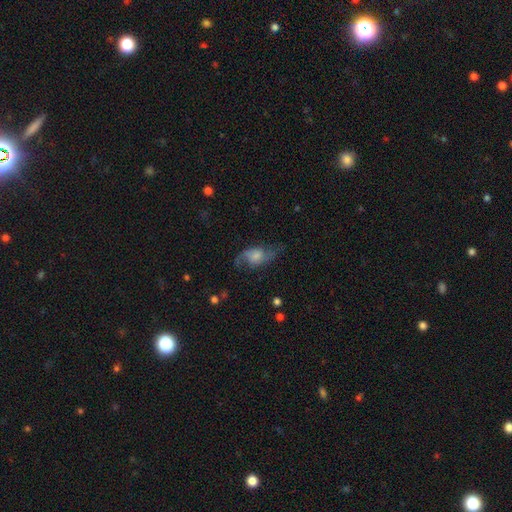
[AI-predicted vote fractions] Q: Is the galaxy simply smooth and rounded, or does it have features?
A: featured or disk — 59%.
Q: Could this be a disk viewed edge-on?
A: no — 92%.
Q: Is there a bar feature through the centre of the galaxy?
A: no — 59%.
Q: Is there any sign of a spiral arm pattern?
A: yes — 86%.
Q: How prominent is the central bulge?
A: moderate — 33%.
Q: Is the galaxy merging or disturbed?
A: none — 54%.